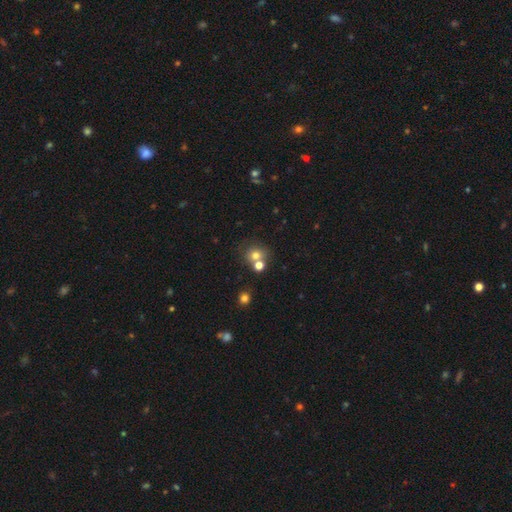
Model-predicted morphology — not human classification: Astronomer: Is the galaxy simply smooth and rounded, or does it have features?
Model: smooth — 71%.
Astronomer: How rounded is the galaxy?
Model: round — 80%.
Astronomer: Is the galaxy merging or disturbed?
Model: none — 53% (runner-up: merger, 34%).